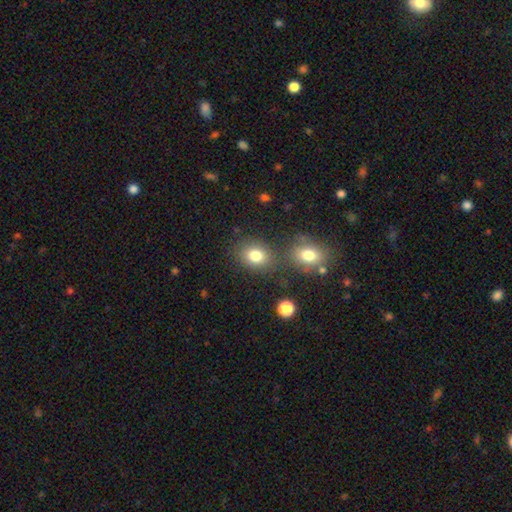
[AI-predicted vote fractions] Smooth or featured? Predicted: smooth (p=0.80). How rounded? Predicted: round (p=0.51). Merging? Predicted: none (p=0.68).